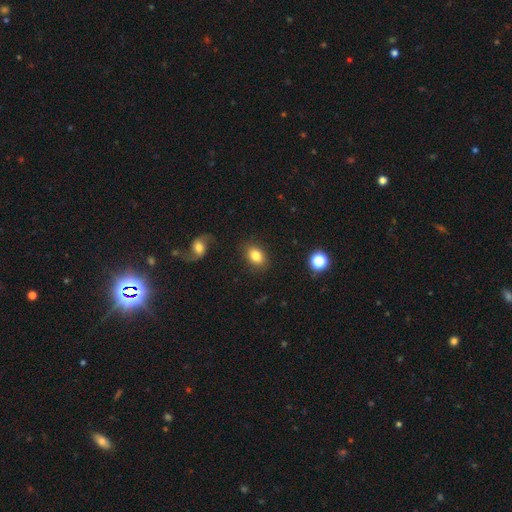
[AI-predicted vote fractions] Smooth or featured: smooth — 82% (star or artifact — 9%)
How rounded: in between — 75% (round — 23%)
Merging: none — 85% (minor disturbance — 10%)